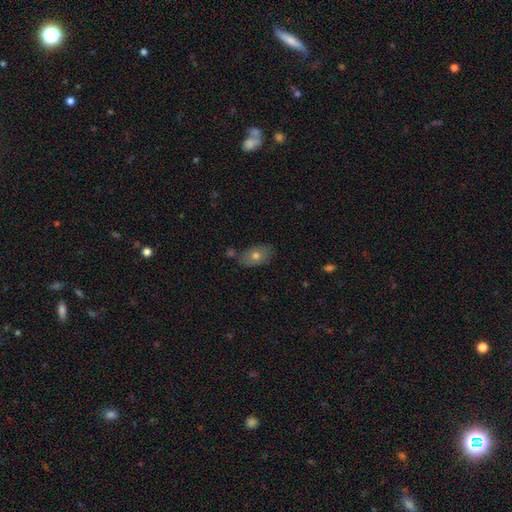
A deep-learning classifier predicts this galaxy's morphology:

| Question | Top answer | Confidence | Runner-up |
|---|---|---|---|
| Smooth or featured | smooth | 67% | featured or disk (23%) |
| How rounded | in between | 85% | round (12%) |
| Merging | none | 71% | minor disturbance (18%) |